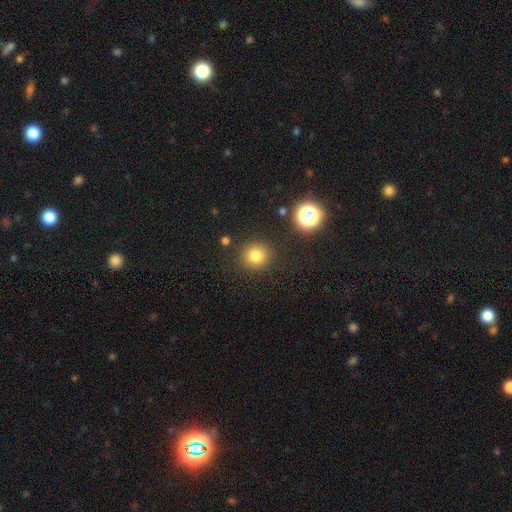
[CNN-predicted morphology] type=smooth (79%); roundness=round (91%); merging=none (88%).